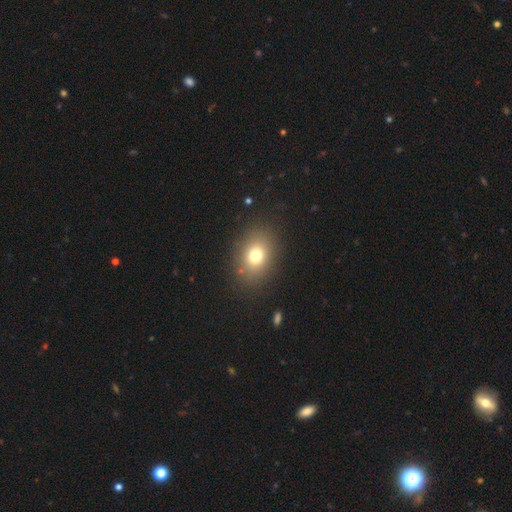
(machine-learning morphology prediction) Smooth or featured? Predicted: smooth (p=0.75). How rounded? Predicted: in between (p=0.61). Merging? Predicted: none (p=0.85).